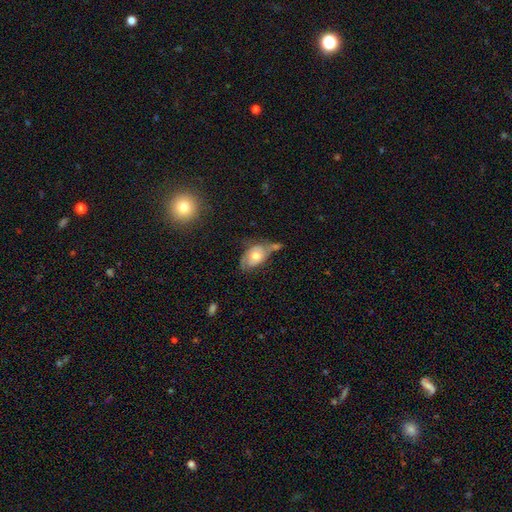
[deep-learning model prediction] The model was most divided on "merging": none: 34%, minor disturbance: 25%, merger: 23%, major disturbance: 18%. More confident: edge-on disk — no (93%); bar — no (75%); spiral arms — yes (69%); bulge size — moderate (67%); smooth or featured — featured or disk (54%).